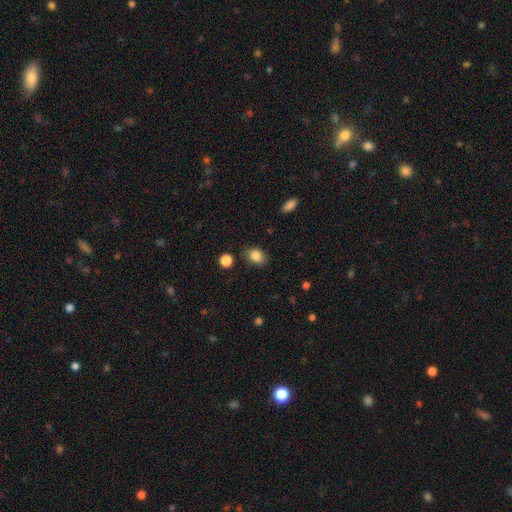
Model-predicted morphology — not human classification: Smooth or featured: smooth — 85% (star or artifact — 9%)
How rounded: in between — 63% (round — 36%)
Merging: none — 81% (minor disturbance — 13%)